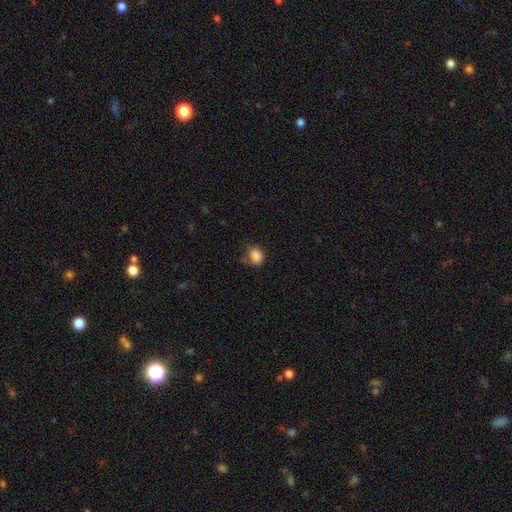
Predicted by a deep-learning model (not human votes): This is clearly a smooth galaxy (85%). How rounded: possibly round (50%). Merging: possibly none (60%).